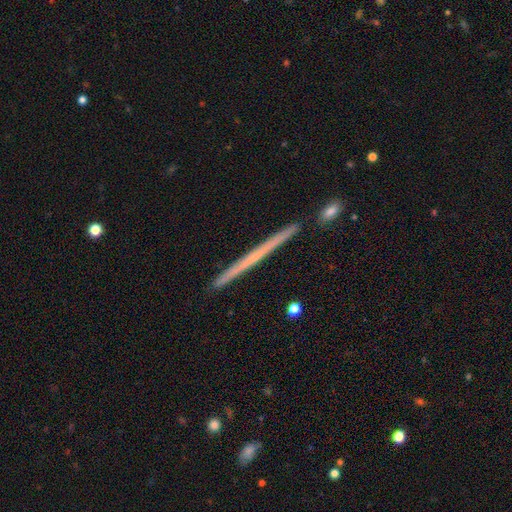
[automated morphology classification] type=featured or disk (62%); edge-on=yes (98%); edge-on bulge=none (85%); merging=none (91%).